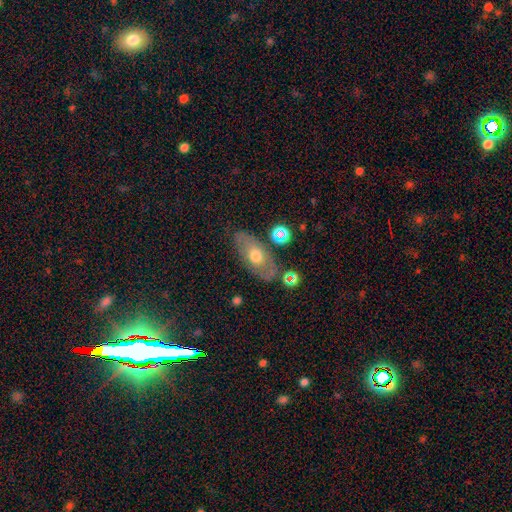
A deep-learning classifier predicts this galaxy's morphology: type=smooth (52%); roundness=in between (84%); merging=none (76%).